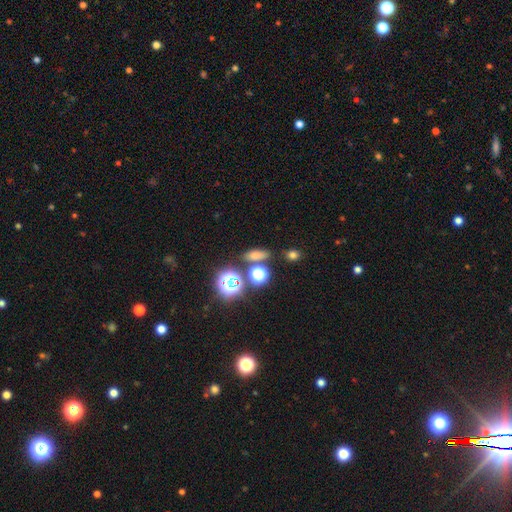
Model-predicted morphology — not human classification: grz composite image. It shows a smooth galaxy with no disk features (60%) that is in between round and cigar-shaped (53%). Merging: none (77%).